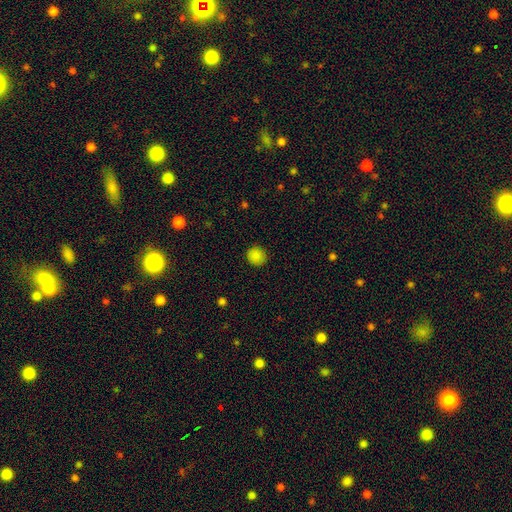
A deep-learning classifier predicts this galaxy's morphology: Q: Smooth or featured?
A: smooth (86%); runner-up: star or artifact (11%)
Q: How rounded?
A: round (90%); runner-up: in between (9%)
Q: Merging?
A: none (91%); runner-up: minor disturbance (6%)